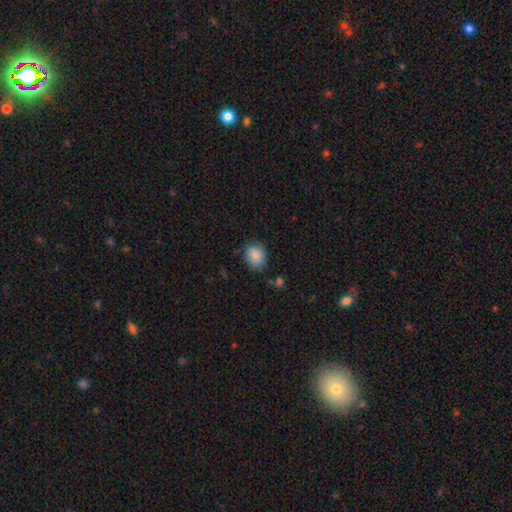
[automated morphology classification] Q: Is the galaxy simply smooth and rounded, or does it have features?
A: smooth — 87%.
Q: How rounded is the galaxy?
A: round — 61%.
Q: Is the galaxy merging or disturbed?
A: none — 76%.